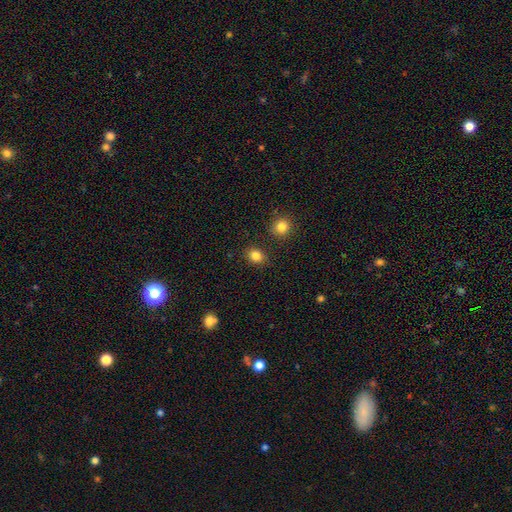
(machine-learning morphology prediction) smooth_or_featured: smooth (p=0.84) [alt: star or artifact p=0.12]
how_rounded: round (p=0.63) [alt: in between p=0.36]
merging: none (p=0.86) [alt: minor disturbance p=0.08]